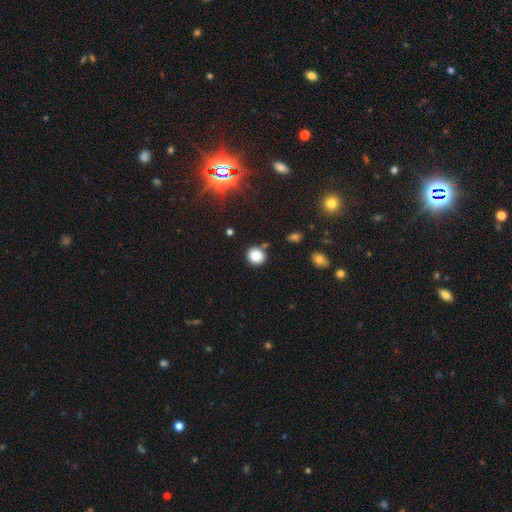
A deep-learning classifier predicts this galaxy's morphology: This appears to be a smooth galaxy with no disk features (83%) that is round (86%). Merging: none (84%).